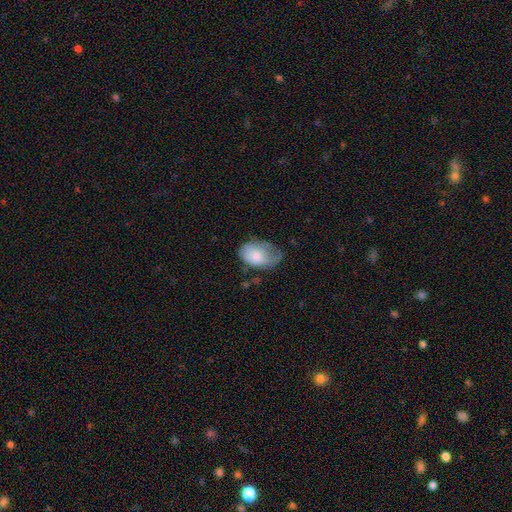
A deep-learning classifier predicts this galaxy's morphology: smooth-or-featured: smooth: 70% | featured or disk: 23% | star or artifact: 7%
  how-rounded: in between: 86% | round: 13% | cigar-shaped: 1%
  merging: minor disturbance: 40% | none: 30% | major disturbance: 27% | merger: 2%